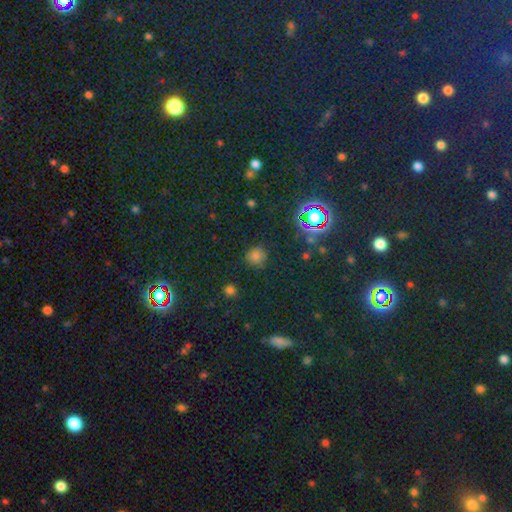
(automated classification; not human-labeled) Smooth or featured? Predicted: smooth (p=0.64). How rounded? Predicted: round (p=0.88). Merging? Predicted: none (p=0.86).